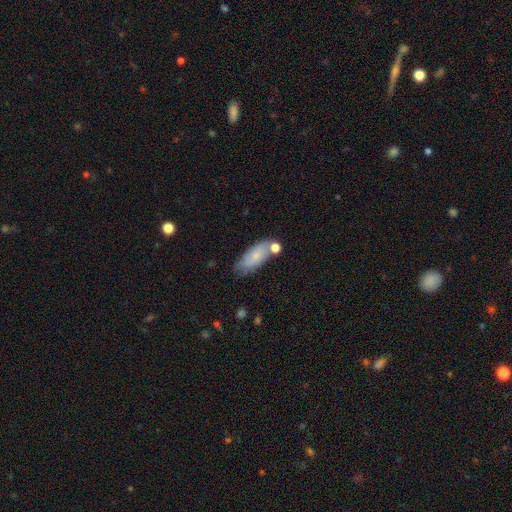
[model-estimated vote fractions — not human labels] smooth-or-featured: smooth: 70% | featured or disk: 23% | star or artifact: 7%
  how-rounded: in between: 78% | cigar-shaped: 19% | round: 3%
  merging: none: 58% | minor disturbance: 23% | merger: 13% | major disturbance: 6%